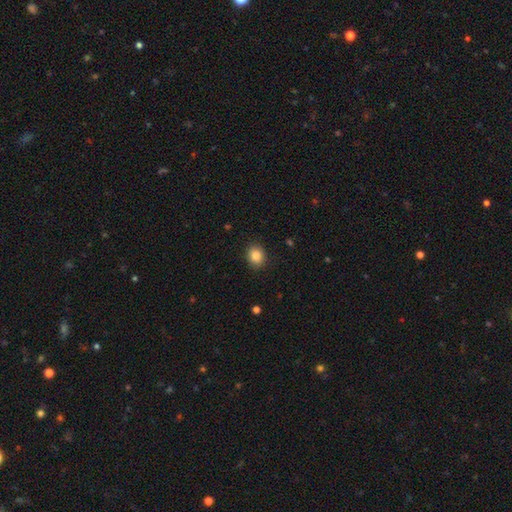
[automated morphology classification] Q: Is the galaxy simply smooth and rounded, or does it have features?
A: smooth — 86%.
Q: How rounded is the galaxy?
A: round — 62%.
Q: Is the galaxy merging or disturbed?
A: none — 89%.